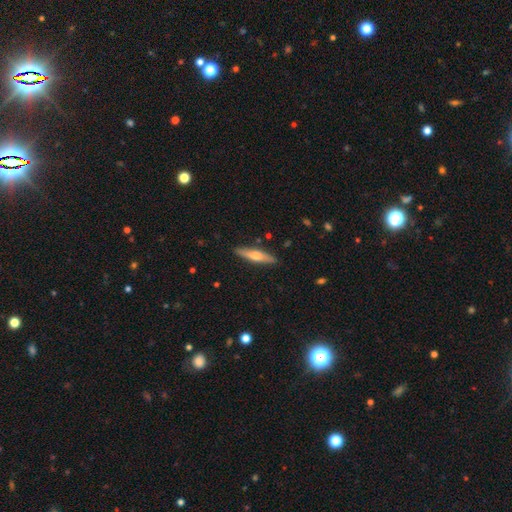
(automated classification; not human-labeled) This is possibly a smooth galaxy (49%). Merging: clearly none (89%).